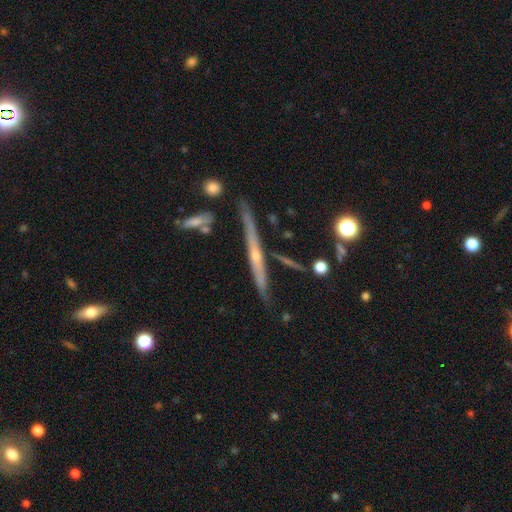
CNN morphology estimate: Smooth or featured: featured or disk — 77% (smooth — 16%)
Edge-on disk: yes — 97% (no — 3%)
Edge-on bulge: rounded — 61% (none — 35%)
Merging: none — 82% (minor disturbance — 12%)